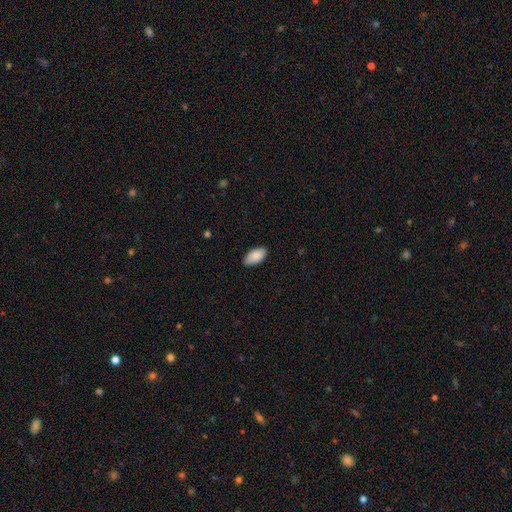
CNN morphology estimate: Smooth or featured: smooth — 89% (star or artifact — 6%)
How rounded: in between — 95% (cigar-shaped — 3%)
Merging: none — 86% (minor disturbance — 11%)